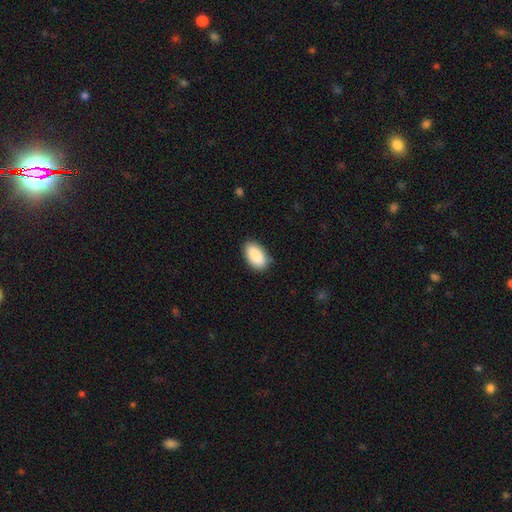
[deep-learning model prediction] The model was most divided on "merging": none: 84%, minor disturbance: 13%, major disturbance: 2%, merger: 1%. More confident: how rounded — in between (95%); smooth or featured — smooth (90%).